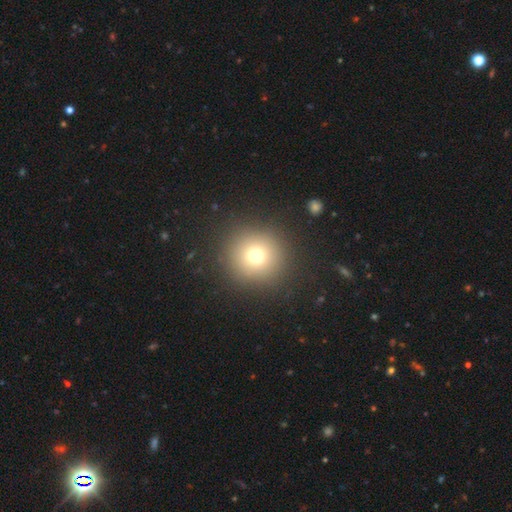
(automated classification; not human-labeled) Smooth or featured?
  - smooth: 74% *
  - star or artifact: 16%
  - featured or disk: 10%
How rounded?
  - round: 93% *
  - in between: 6%
  - cigar-shaped: 1%
Merging?
  - none: 89% *
  - minor disturbance: 6%
  - major disturbance: 3%
  - merger: 1%